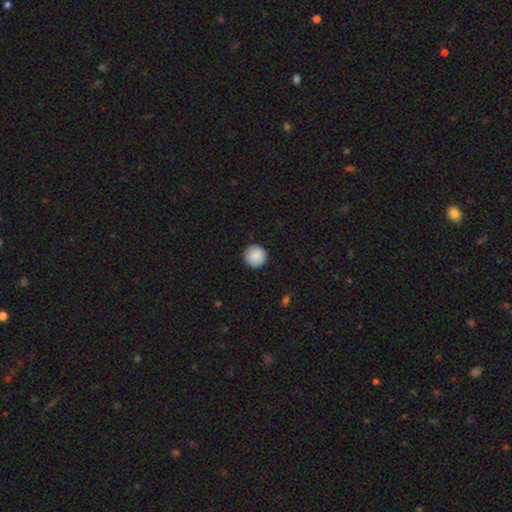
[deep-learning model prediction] This is clearly a smooth galaxy (90%). How rounded: clearly round (96%). Merging: clearly none (92%).